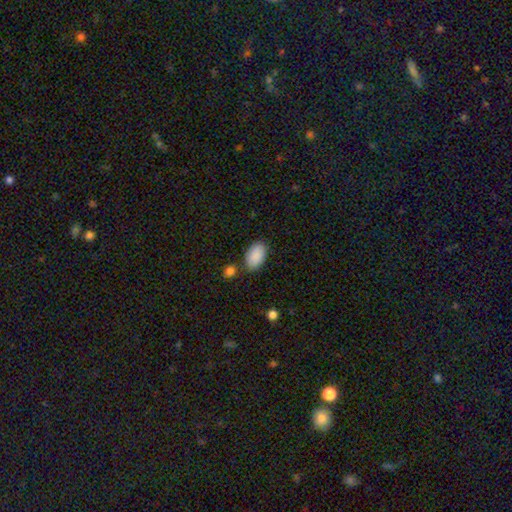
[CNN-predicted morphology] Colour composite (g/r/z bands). It shows a smooth galaxy with no disk features (90%) that is in between round and cigar-shaped (94%). Merging: none (80%).